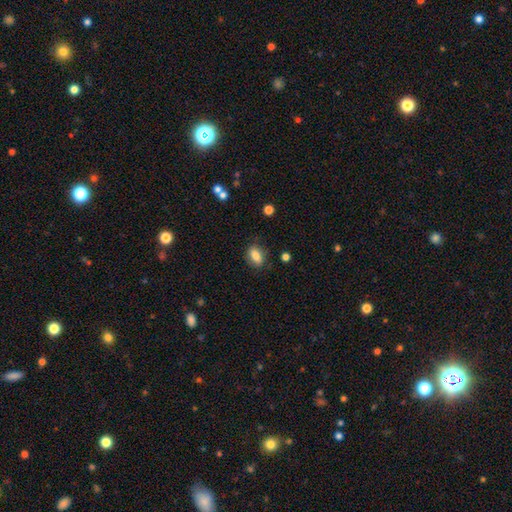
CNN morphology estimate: A smooth galaxy with no disk features (81%) that is in between round and cigar-shaped (82%). Merging: none (80%).